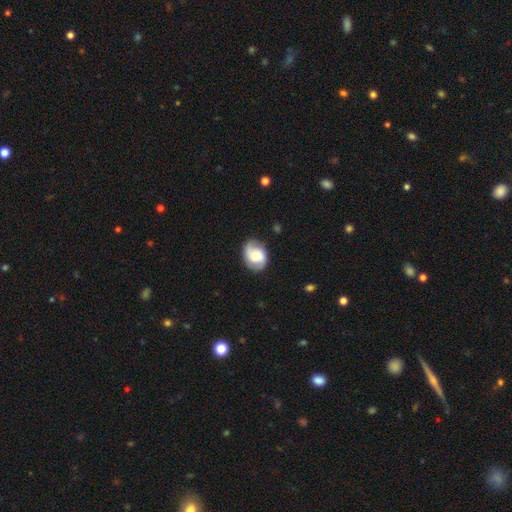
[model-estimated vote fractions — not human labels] Smooth or featured? featured or disk (56%)
Edge-on disk? no (97%)
Bar? no (60%)
Spiral arms? yes (90%)
Bulge size? moderate (44%)
Merging? none (74%)